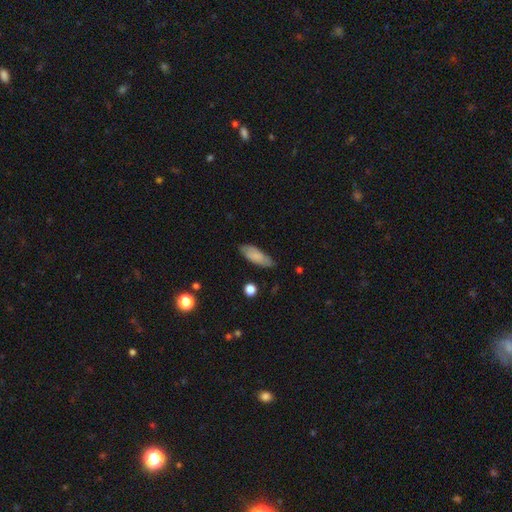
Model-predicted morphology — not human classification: Overall: smooth (79%). How rounded: in between (69%). Merging: none (79%).